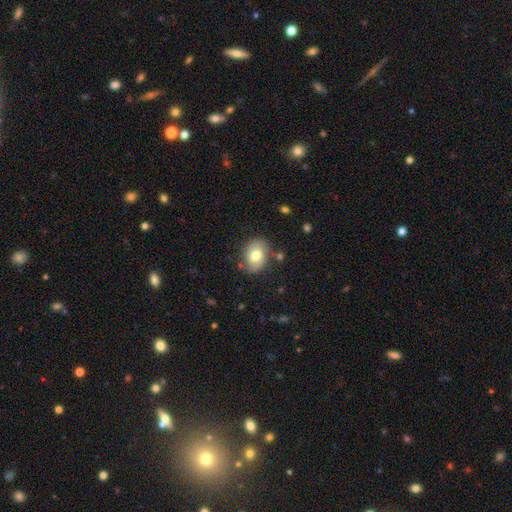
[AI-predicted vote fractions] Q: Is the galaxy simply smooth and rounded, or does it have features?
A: smooth — 51%.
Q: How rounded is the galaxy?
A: in between — 70%.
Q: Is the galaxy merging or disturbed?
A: none — 75%.